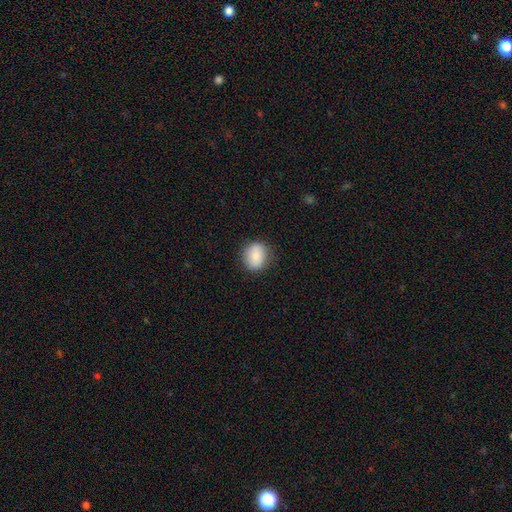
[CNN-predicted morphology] A smooth galaxy with no disk features (84%) that is round (66%).

Vote fractions:
- Smooth or featured? smooth: 84% / featured or disk: 8% / star or artifact: 8%
- How rounded? round: 66% / in between: 33% / cigar-shaped: 1%
- Merging? none: 85% / minor disturbance: 12% / major disturbance: 3% / merger: 1%